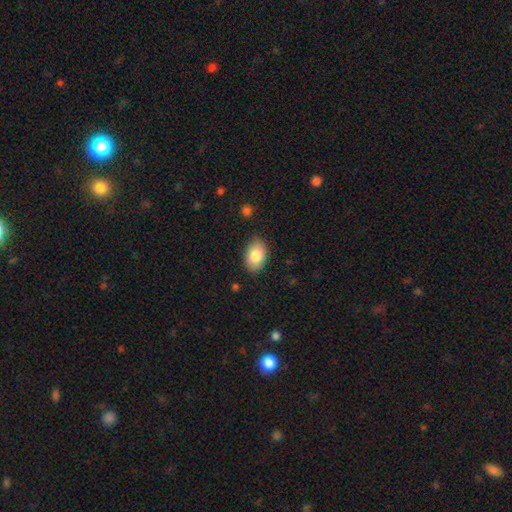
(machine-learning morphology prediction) smooth_or_featured: smooth (p=0.85) [alt: featured or disk p=0.09]
how_rounded: in between (p=0.88) [alt: round p=0.10]
merging: none (p=0.83) [alt: minor disturbance p=0.13]